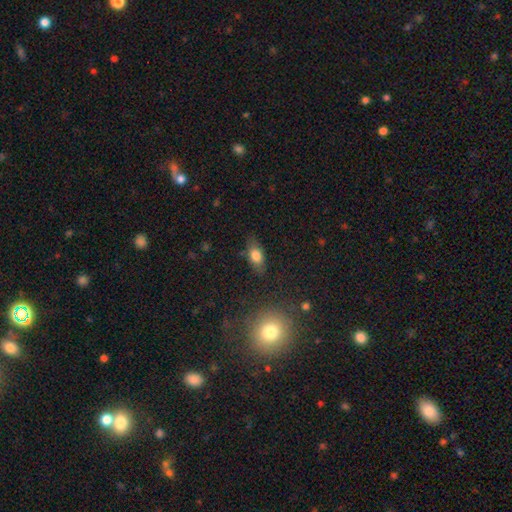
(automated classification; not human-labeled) Smooth or featured?
  - smooth: 78% *
  - featured or disk: 13%
  - star or artifact: 9%
How rounded?
  - in between: 83% *
  - cigar-shaped: 9%
  - round: 8%
Merging?
  - none: 79% *
  - minor disturbance: 15%
  - major disturbance: 4%
  - merger: 2%